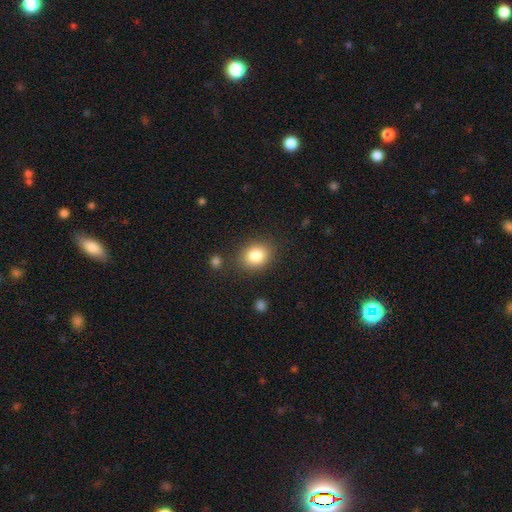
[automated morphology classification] A smooth galaxy with no disk features (84%) that is round (55%). Merging: none (84%).